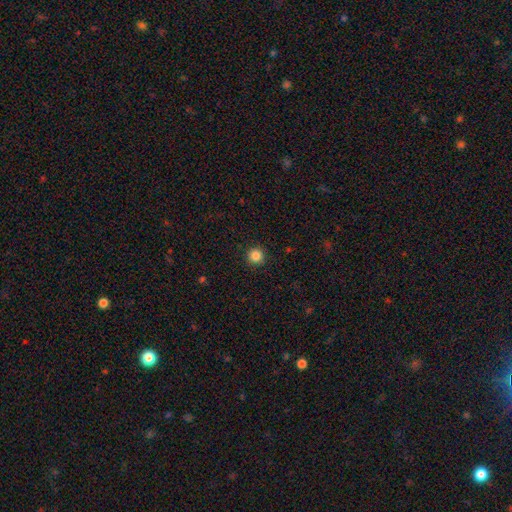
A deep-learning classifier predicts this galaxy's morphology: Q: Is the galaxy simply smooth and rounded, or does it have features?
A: smooth — 85%.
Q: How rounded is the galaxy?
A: round — 96%.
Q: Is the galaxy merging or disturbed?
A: none — 93%.